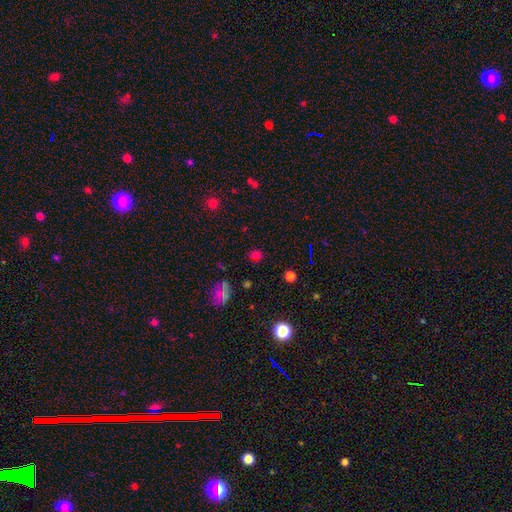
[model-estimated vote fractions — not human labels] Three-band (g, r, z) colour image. It shows a smooth galaxy with no disk features (57%) that is round (68%). Merging: none (82%).